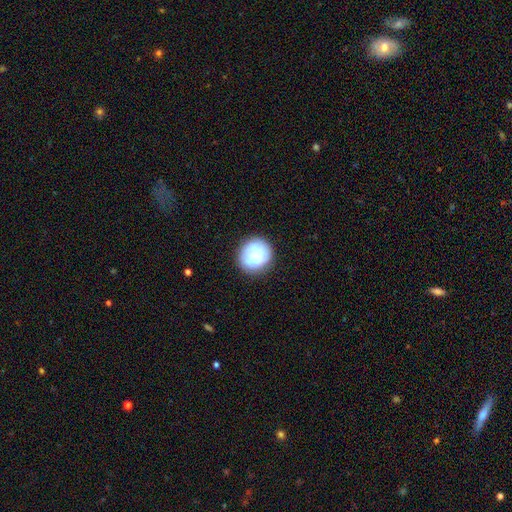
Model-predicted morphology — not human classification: smooth-or-featured: smooth: 60% | featured or disk: 32% | star or artifact: 8%
  how-rounded: round: 84% | in between: 15% | cigar-shaped: 1%
  merging: none: 79% | minor disturbance: 14% | major disturbance: 5% | merger: 2%